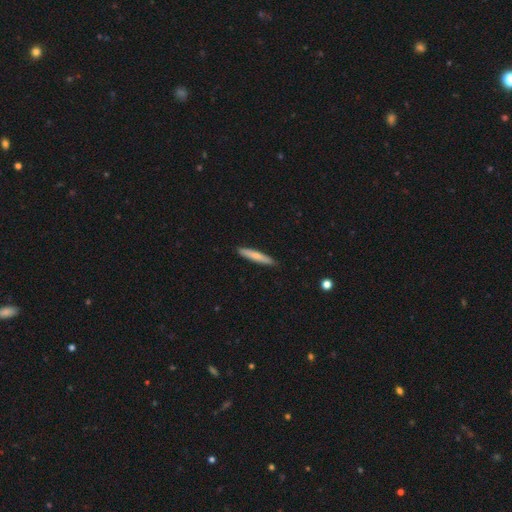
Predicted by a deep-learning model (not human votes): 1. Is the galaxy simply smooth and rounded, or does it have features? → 74% smooth, 21% featured or disk, 5% star or artifact.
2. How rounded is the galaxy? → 93% cigar-shaped, 6% in between, 1% round.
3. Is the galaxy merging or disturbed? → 90% none, 8% minor disturbance, 1% major disturbance, 1% merger.